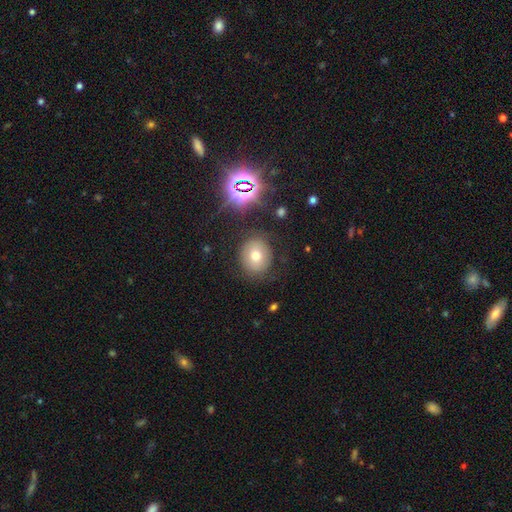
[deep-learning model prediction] This appears to be a smooth galaxy with no disk features (62%) that is round (71%). Merging: none (81%).